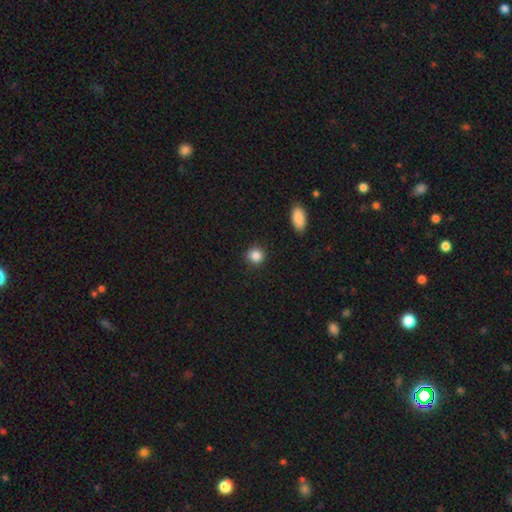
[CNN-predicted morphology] Smooth or featured?
  - smooth: 86% *
  - star or artifact: 9%
  - featured or disk: 4%
How rounded?
  - round: 88% *
  - in between: 10%
  - cigar-shaped: 1%
Merging?
  - none: 89% *
  - minor disturbance: 7%
  - major disturbance: 2%
  - merger: 2%